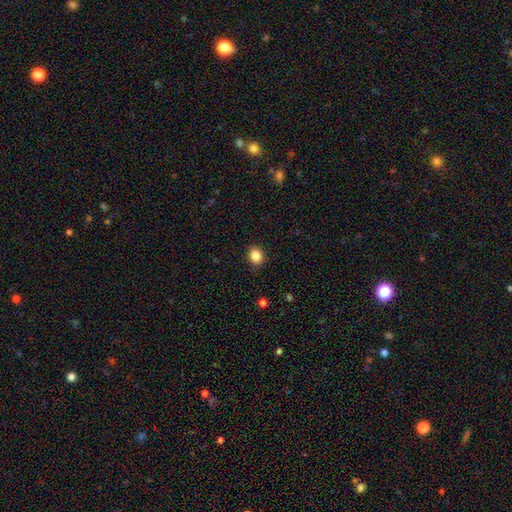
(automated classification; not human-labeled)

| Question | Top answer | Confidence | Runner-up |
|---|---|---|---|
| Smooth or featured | smooth | 86% | star or artifact (10%) |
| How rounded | in between | 53% | round (46%) |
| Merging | none | 89% | minor disturbance (8%) |